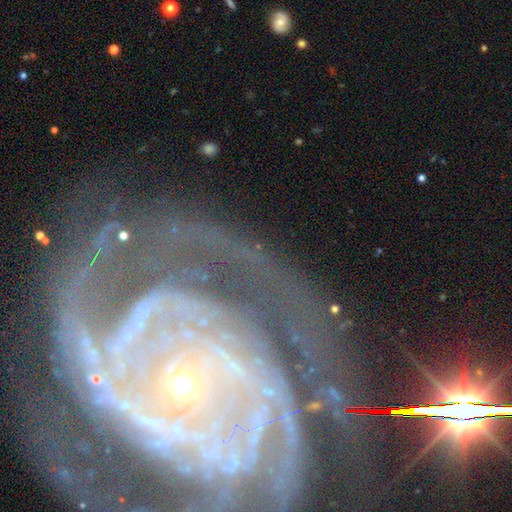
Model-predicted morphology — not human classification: This is clearly a featured or disk galaxy (88%). It is clearly not viewed edge-on (97%). Bar: likely no (60%). Spiral arm pattern: clearly yes (97%). Spiral arm count: marginally 2 (28%). Spiral winding: likely tight (68%). Central bulge: likely small (76%). Merging: likely none (64%).